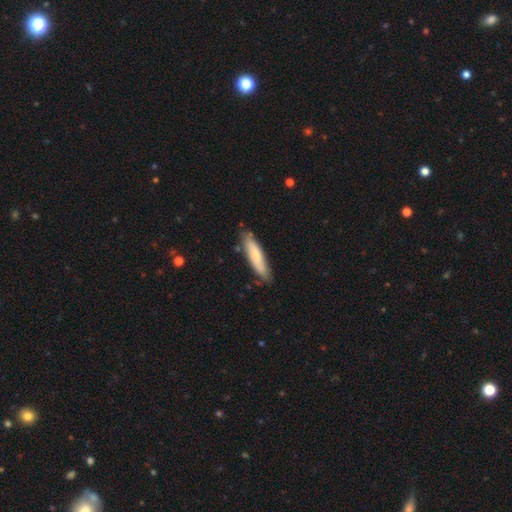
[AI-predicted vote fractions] smooth 71%, featured or disk 23%, star or artifact 6%. Down the decision tree: how rounded — cigar-shaped (77%); merging — none (79%).